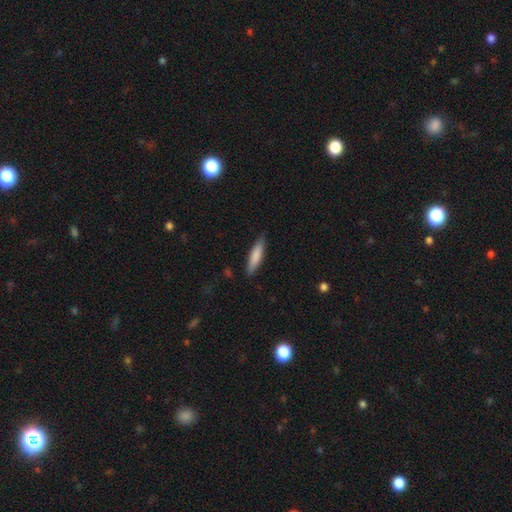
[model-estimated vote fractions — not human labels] smooth 81%, featured or disk 13%, star or artifact 5%. Down the decision tree: how rounded — cigar-shaped (75%); merging — none (85%).